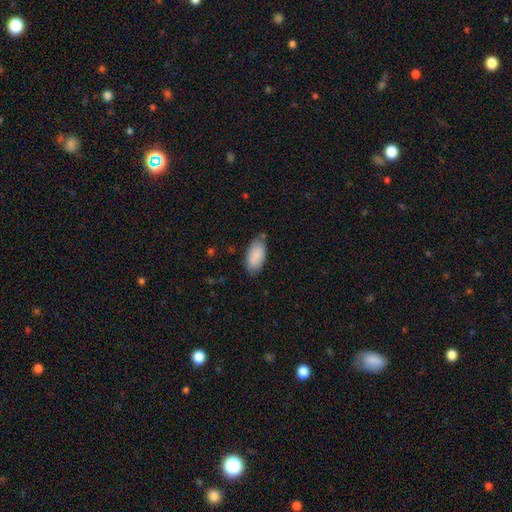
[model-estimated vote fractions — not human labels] The model was most divided on "merging": none: 71%, minor disturbance: 23%, major disturbance: 4%, merger: 2%. More confident: how rounded — in between (92%); smooth or featured — smooth (88%).